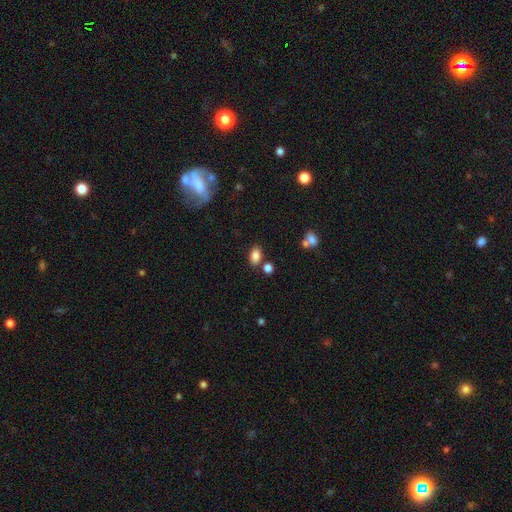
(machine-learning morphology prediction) Smooth or featured? Predicted: smooth (p=0.84). How rounded? Predicted: in between (p=0.86). Merging? Predicted: none (p=0.74).